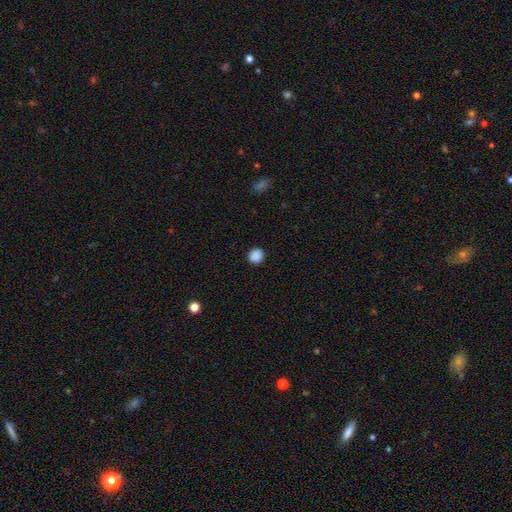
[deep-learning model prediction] smooth_or_featured: smooth (p=0.88) [alt: star or artifact p=0.10]
how_rounded: round (p=0.92) [alt: in between p=0.07]
merging: none (p=0.92) [alt: minor disturbance p=0.05]